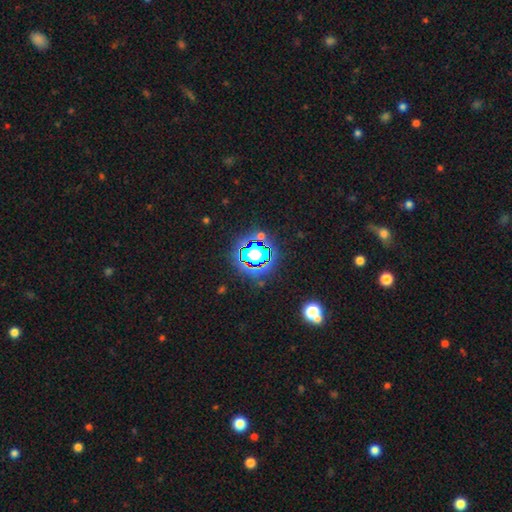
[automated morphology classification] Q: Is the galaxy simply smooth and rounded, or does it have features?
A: star or artifact — 80%.